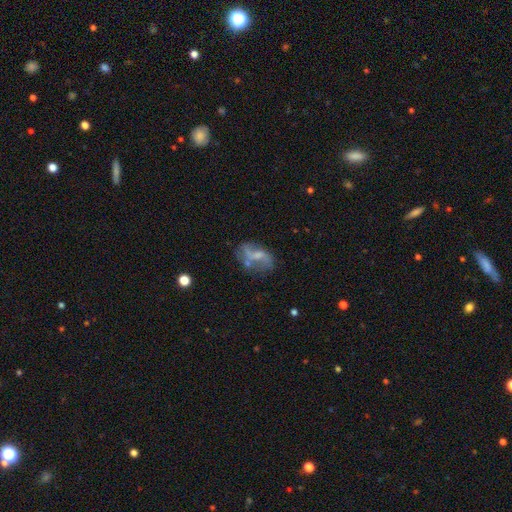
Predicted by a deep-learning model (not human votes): Smooth or featured: featured or disk — 67% (smooth — 24%)
Edge-on disk: no — 96% (yes — 4%)
Bar: no — 46% (weak — 41%)
Spiral arms: yes — 71% (no — 29%)
Bulge size: none — 38% (small — 33%)
Merging: none — 46% (minor disturbance — 22%)